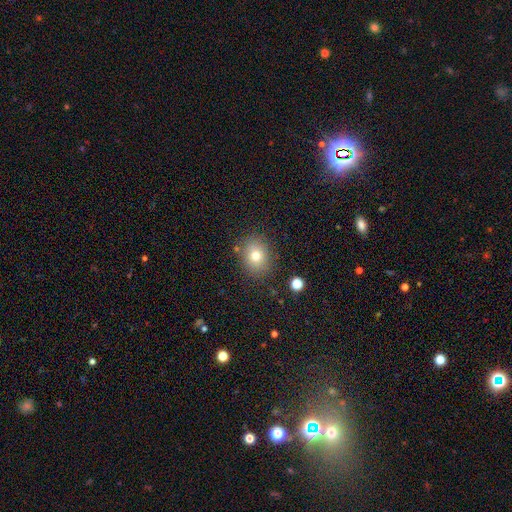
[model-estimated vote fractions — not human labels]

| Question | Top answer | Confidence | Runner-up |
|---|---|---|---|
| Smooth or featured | smooth | 75% | star or artifact (13%) |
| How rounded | round | 60% | in between (39%) |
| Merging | none | 83% | minor disturbance (11%) |